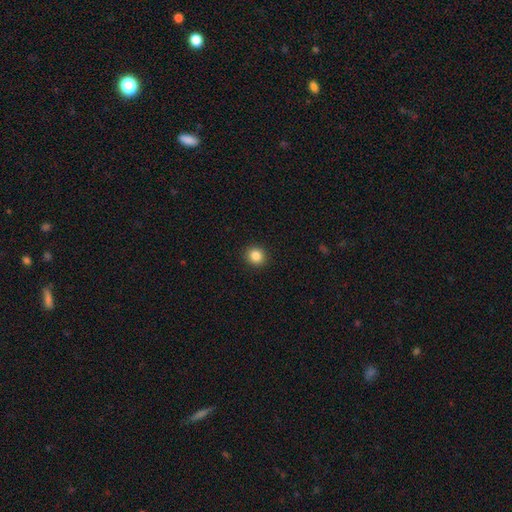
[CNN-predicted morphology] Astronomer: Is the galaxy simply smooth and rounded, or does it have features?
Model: smooth — 85%.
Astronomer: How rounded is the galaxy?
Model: round — 88%.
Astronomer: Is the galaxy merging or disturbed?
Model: none — 92%.